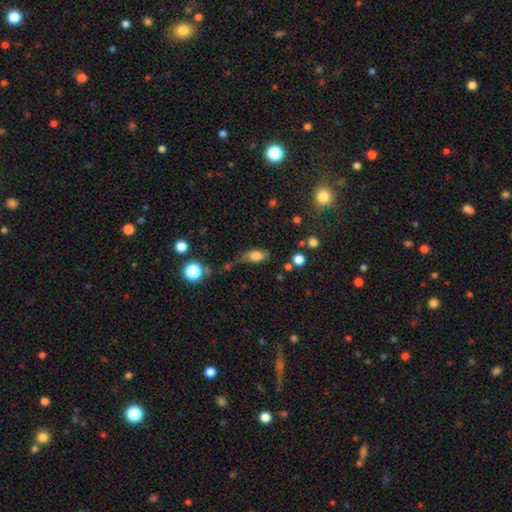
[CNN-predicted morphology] This appears to be a smooth galaxy with no disk features (76%) that is in between round and cigar-shaped (83%). Merging: none (47%).